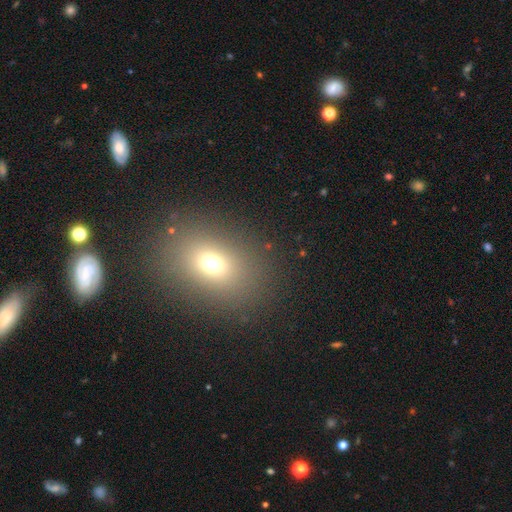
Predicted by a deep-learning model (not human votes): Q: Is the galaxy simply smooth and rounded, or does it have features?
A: smooth — 63%.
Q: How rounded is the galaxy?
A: in between — 59%.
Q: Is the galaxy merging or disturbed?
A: none — 85%.